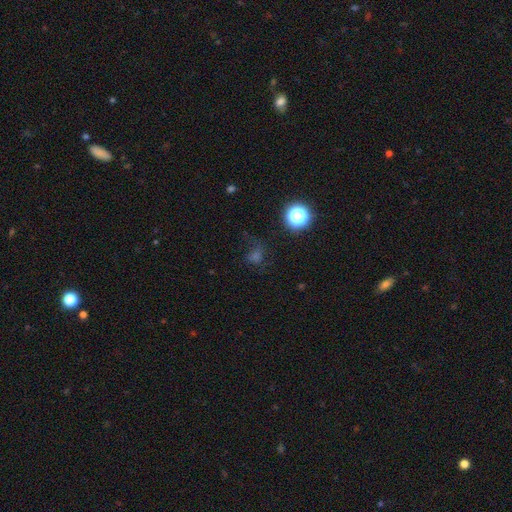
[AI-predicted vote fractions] This is marginally a smooth galaxy (43%). Merging: possibly none (56%).